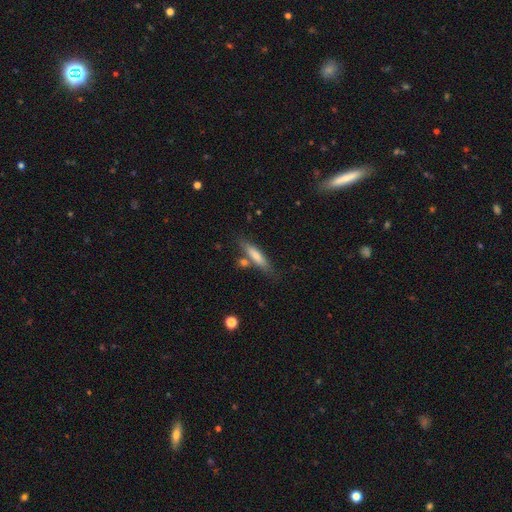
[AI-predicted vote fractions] Overall: smooth (69%). How rounded: cigar-shaped (79%). Merging: none (71%).